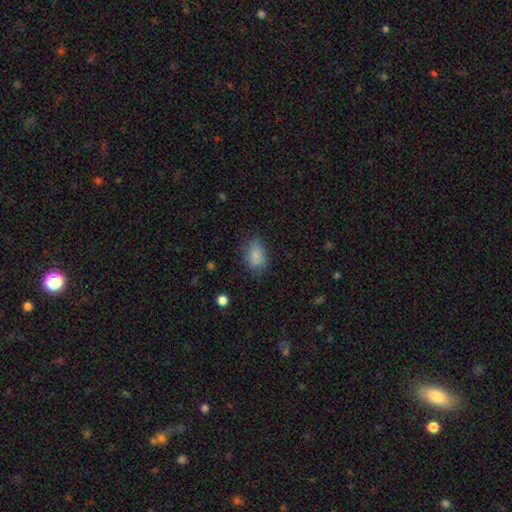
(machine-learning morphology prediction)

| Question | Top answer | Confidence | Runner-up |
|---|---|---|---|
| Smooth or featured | smooth | 85% | star or artifact (9%) |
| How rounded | in between | 81% | round (17%) |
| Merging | none | 75% | minor disturbance (19%) |